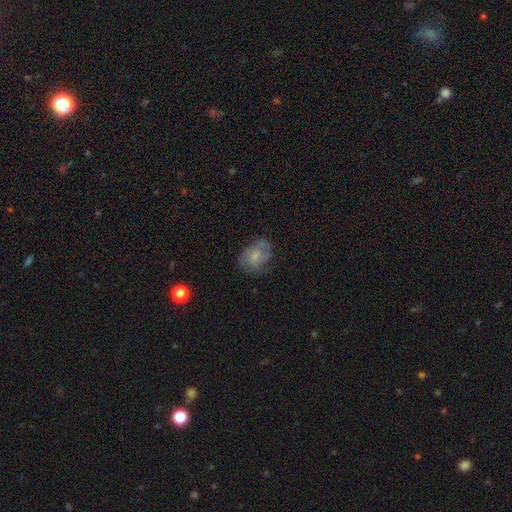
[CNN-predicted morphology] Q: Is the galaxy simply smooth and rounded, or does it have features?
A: smooth — 54%.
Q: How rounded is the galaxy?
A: in between — 66%.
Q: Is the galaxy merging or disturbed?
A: none — 57%.